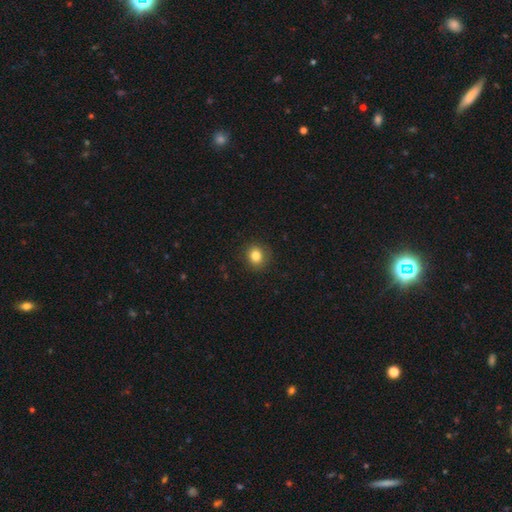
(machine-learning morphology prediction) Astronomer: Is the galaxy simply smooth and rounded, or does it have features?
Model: smooth — 83%.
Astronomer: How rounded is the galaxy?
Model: round — 83%.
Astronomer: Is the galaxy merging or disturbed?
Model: none — 89%.